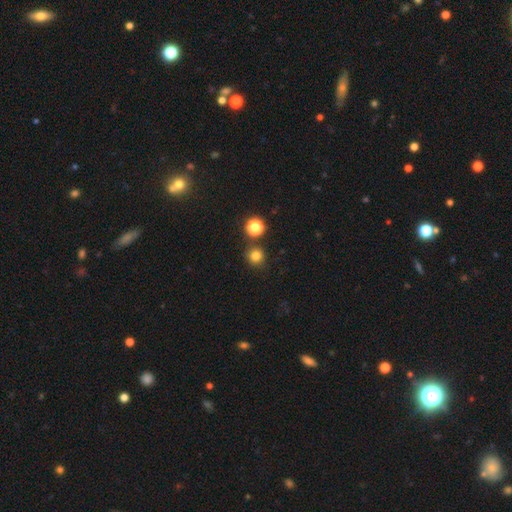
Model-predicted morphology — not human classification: Smooth or featured?
  - smooth: 80% *
  - star or artifact: 16%
  - featured or disk: 5%
How rounded?
  - round: 93% *
  - in between: 6%
  - cigar-shaped: 1%
Merging?
  - none: 83% *
  - merger: 8%
  - minor disturbance: 7%
  - major disturbance: 3%